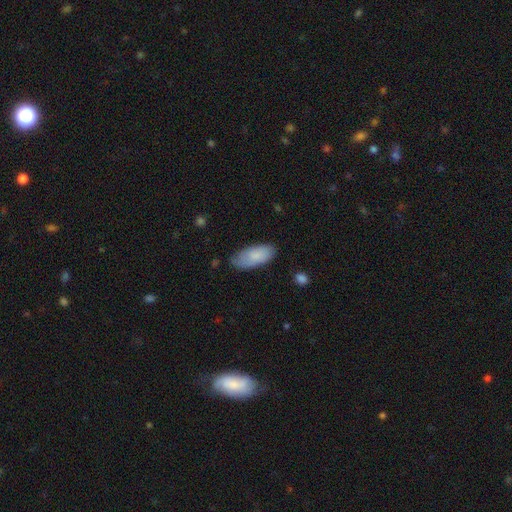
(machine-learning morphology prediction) A smooth galaxy with no disk features (84%) that is in between round and cigar-shaped (86%). Merging: none (69%).